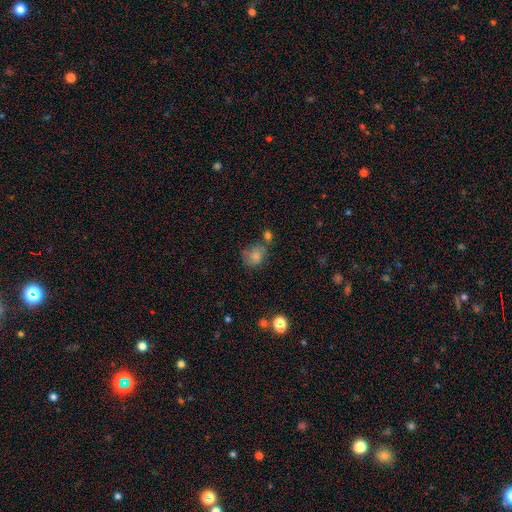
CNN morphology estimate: Overall: smooth (72%). How rounded: round (62%; in between 37%). Merging: none (46%; minor disturbance 25%).